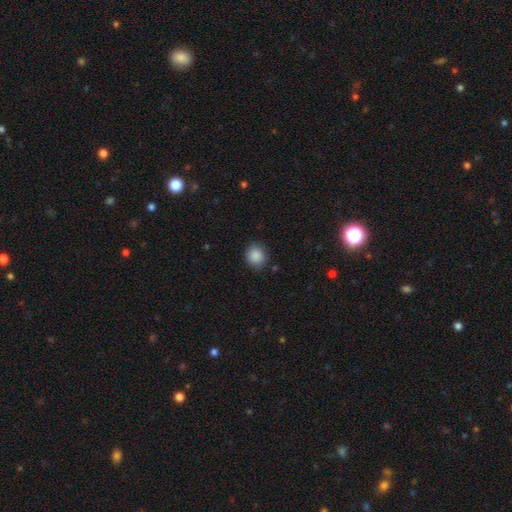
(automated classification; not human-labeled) A smooth galaxy with no disk features (88%) that is round (79%).

Vote fractions:
- Smooth or featured? smooth: 88% / star or artifact: 9% / featured or disk: 4%
- How rounded? round: 79% / in between: 20% / cigar-shaped: 1%
- Merging? none: 87% / minor disturbance: 10% / major disturbance: 3% / merger: 1%